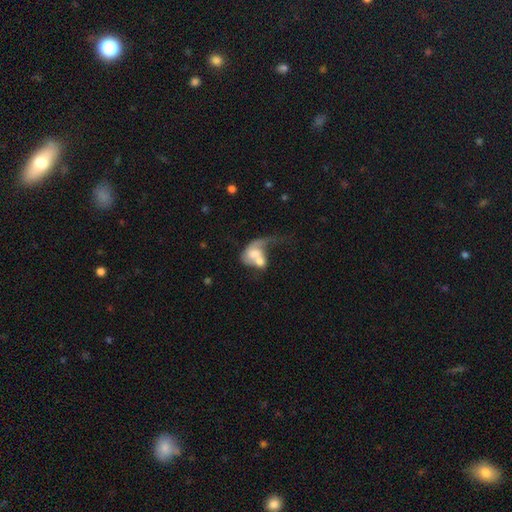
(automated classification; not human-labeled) This appears to be a featured or disk galaxy (48%). Merging: merger (61%).